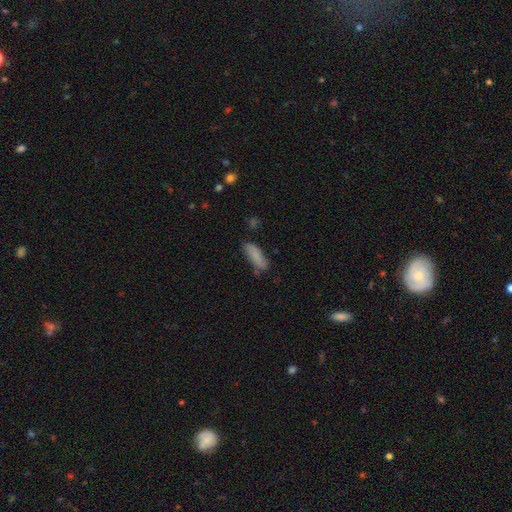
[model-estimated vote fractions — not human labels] smooth-or-featured: smooth: 82% | featured or disk: 10% | star or artifact: 7%
  how-rounded: in between: 55% | cigar-shaped: 44% | round: 2%
  merging: none: 70% | minor disturbance: 21% | major disturbance: 5% | merger: 4%